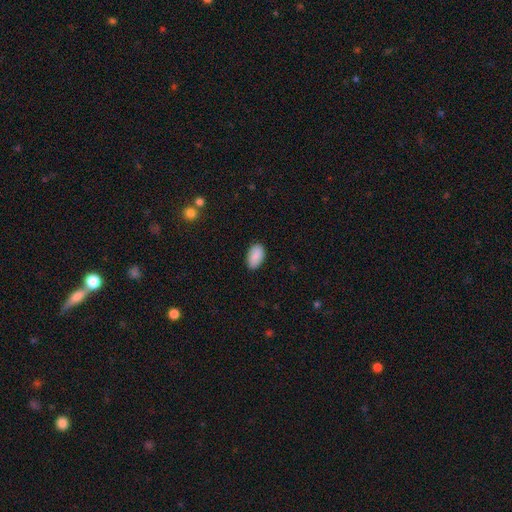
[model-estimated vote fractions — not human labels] This appears to be a smooth galaxy with no disk features (88%) that is in between round and cigar-shaped (93%). Merging: none (85%).